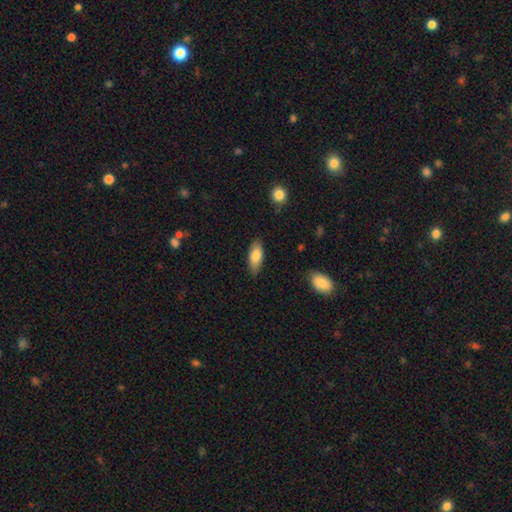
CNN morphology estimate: Smooth or featured: smooth — 80% (featured or disk — 13%)
How rounded: in between — 82% (cigar-shaped — 16%)
Merging: none — 82% (minor disturbance — 14%)